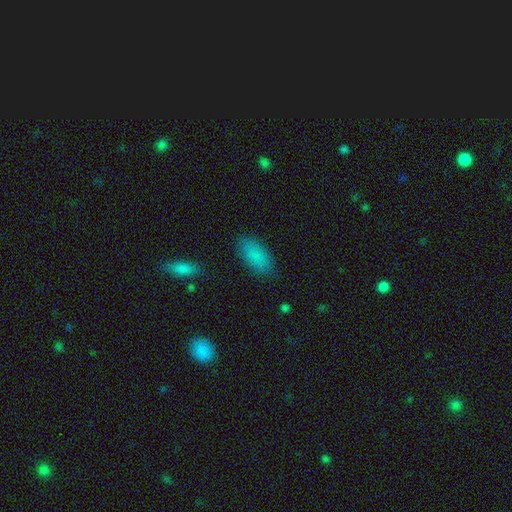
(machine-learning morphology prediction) A smooth galaxy with no disk features (86%) that is in between round and cigar-shaped (91%). Merging: none (84%).